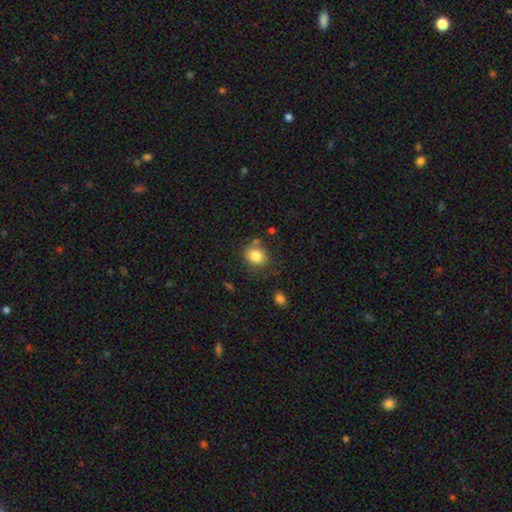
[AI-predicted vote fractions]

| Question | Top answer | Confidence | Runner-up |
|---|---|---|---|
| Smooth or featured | smooth | 82% | star or artifact (10%) |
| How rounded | round | 64% | in between (35%) |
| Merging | none | 67% | minor disturbance (18%) |